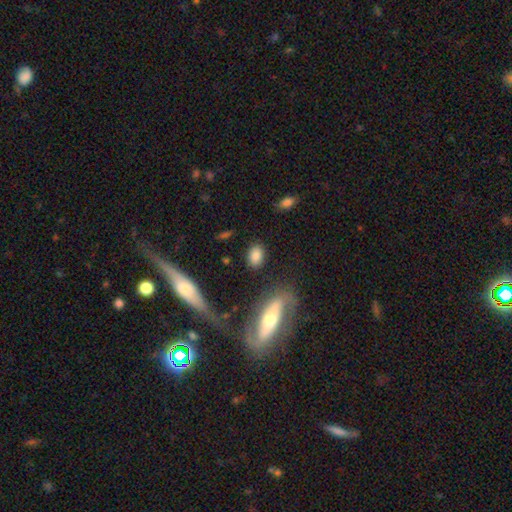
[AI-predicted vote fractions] Smooth or featured: smooth — 83% (star or artifact — 9%)
How rounded: in between — 82% (round — 16%)
Merging: none — 81% (minor disturbance — 11%)